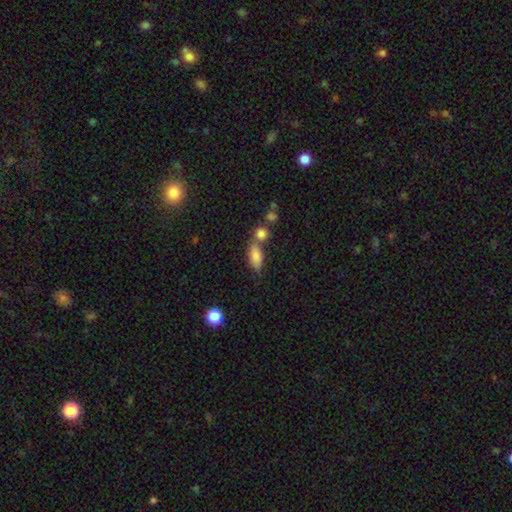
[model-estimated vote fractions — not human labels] smooth-or-featured: smooth: 82% | featured or disk: 10% | star or artifact: 8%
  how-rounded: in between: 80% | cigar-shaped: 14% | round: 5%
  merging: none: 52% | merger: 29% | minor disturbance: 14% | major disturbance: 5%